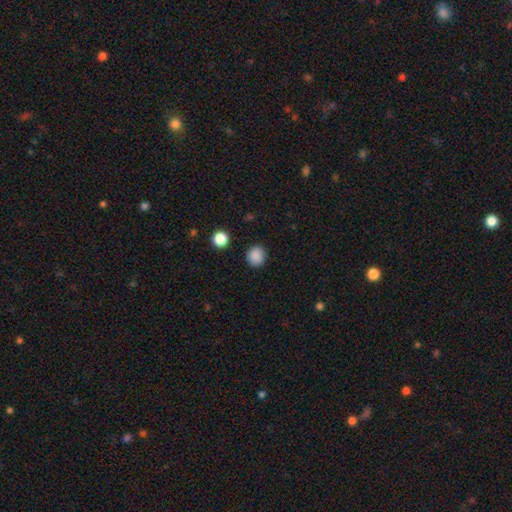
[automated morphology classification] Overall: smooth (87%). How rounded: round (87%). Merging: none (89%).